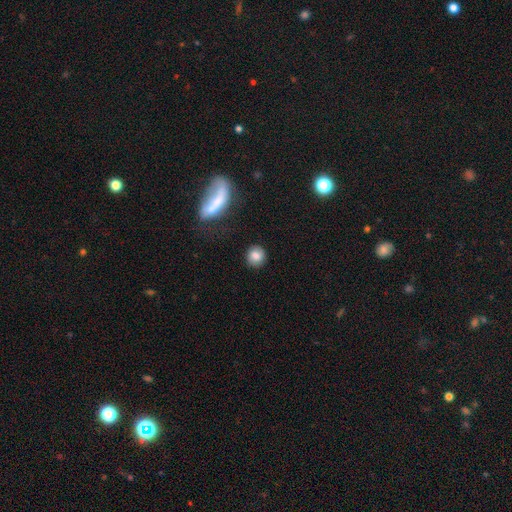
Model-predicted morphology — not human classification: Smooth or featured?
  - smooth: 83% *
  - star or artifact: 9%
  - featured or disk: 8%
How rounded?
  - round: 88% *
  - in between: 10%
  - cigar-shaped: 1%
Merging?
  - none: 87% *
  - minor disturbance: 8%
  - major disturbance: 3%
  - merger: 2%